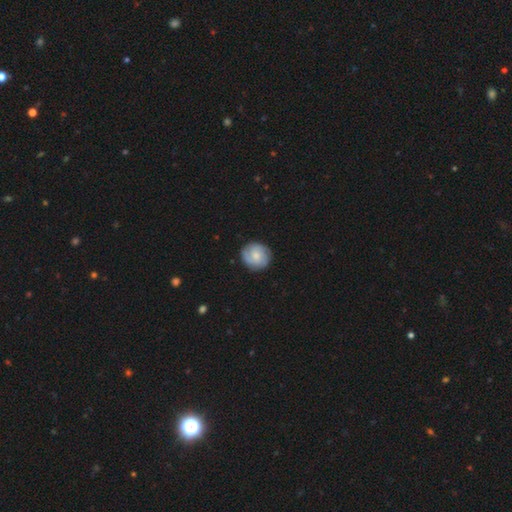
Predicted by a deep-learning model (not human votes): A featured or disk galaxy (57%) with no bar (67%), 3 (33%) tight (60%) spiral arms (91%) and a moderate central bulge (48%).

Vote fractions:
- Smooth or featured? featured or disk: 57% / smooth: 37% / star or artifact: 6%
- Edge-on disk? no: 98% / yes: 2%
- Bar? no: 67% / weak: 29% / strong: 4%
- Spiral arms? yes: 91% / no: 9%
- Spiral winding? tight: 60% / medium: 32% / loose: 8%
- Spiral arm count? 3: 33% / 2: 29% / can't tell: 23% / 4: 6% / 1: 5% / more than 4: 4%
- Bulge size? moderate: 48% / small: 41% / none: 5% / large: 5% / dominant: 1%
- Merging? none: 85% / minor disturbance: 11% / major disturbance: 3% / merger: 1%